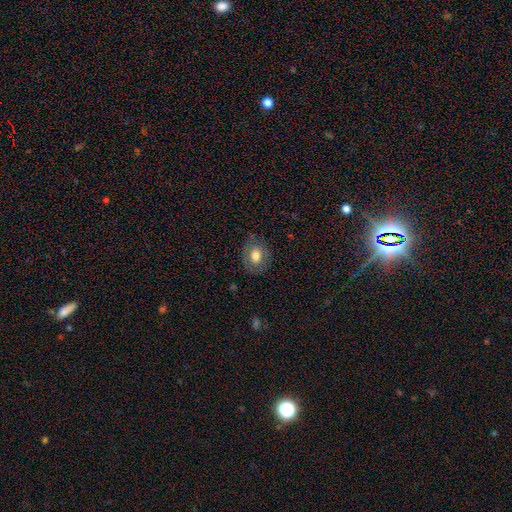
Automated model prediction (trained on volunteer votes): smooth 66%, featured or disk 26%, star or artifact 8%. Down the decision tree: how rounded — in between (59%); merging — none (75%).